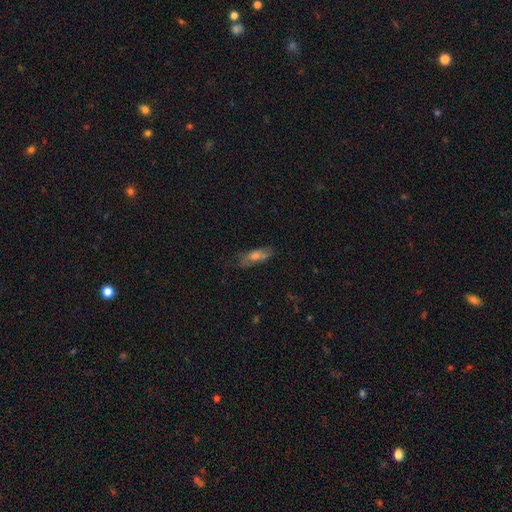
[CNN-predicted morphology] The model was most divided on "how rounded": in between: 54%, cigar-shaped: 43%, round: 4%. More confident: merging — none (66%); smooth or featured — smooth (53%).